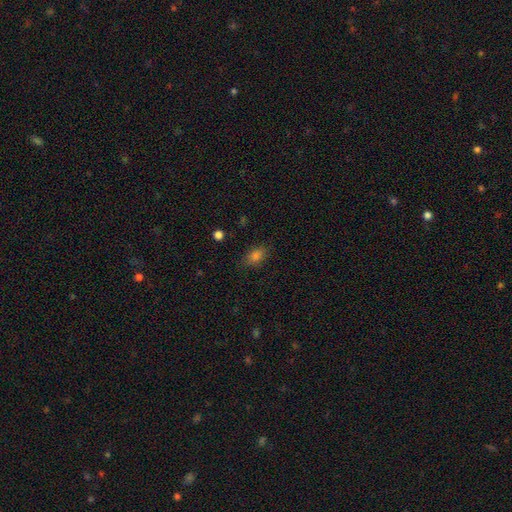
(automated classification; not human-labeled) Smooth or featured? smooth (79%)
How rounded? in between (83%)
Merging? none (83%)